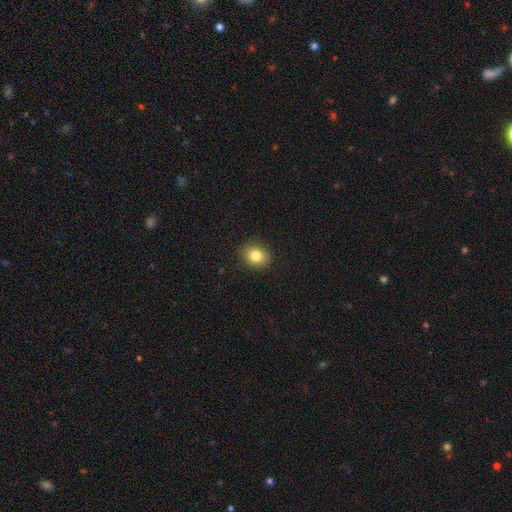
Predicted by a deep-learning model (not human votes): Morphology: type=smooth (82%); roundness=round (62%); merging=none (89%).